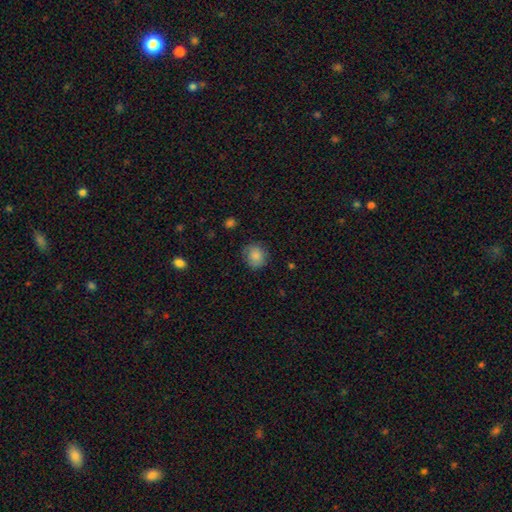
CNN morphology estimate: Q: Smooth or featured?
A: smooth (86%); runner-up: star or artifact (9%)
Q: How rounded?
A: round (79%); runner-up: in between (20%)
Q: Merging?
A: none (79%); runner-up: minor disturbance (16%)